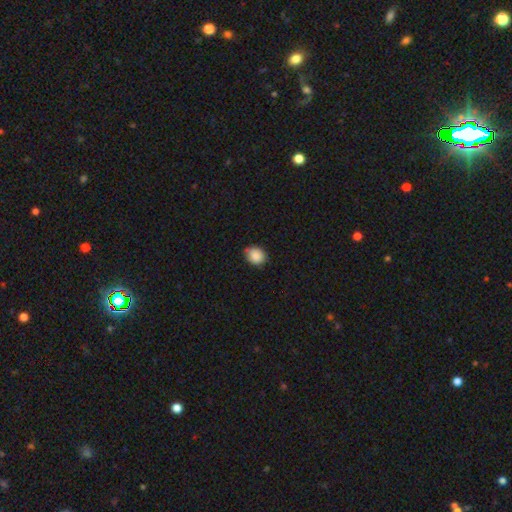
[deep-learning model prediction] smooth 88%, star or artifact 8%, featured or disk 4%. Down the decision tree: how rounded — round (60%); merging — none (75%).